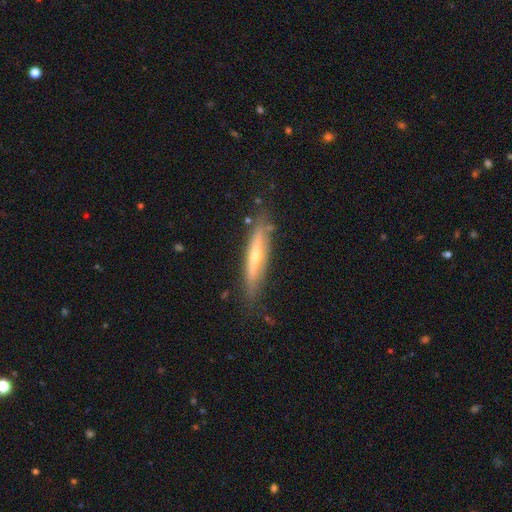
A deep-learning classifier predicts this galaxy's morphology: Smooth or featured?
  - featured or disk: 67% *
  - smooth: 27%
  - star or artifact: 6%
Edge-on disk?
  - yes: 88% *
  - no: 12%
Edge-on bulge?
  - rounded: 78% *
  - none: 18%
  - boxy: 4%
Merging?
  - none: 78% *
  - minor disturbance: 17%
  - major disturbance: 3%
  - merger: 2%